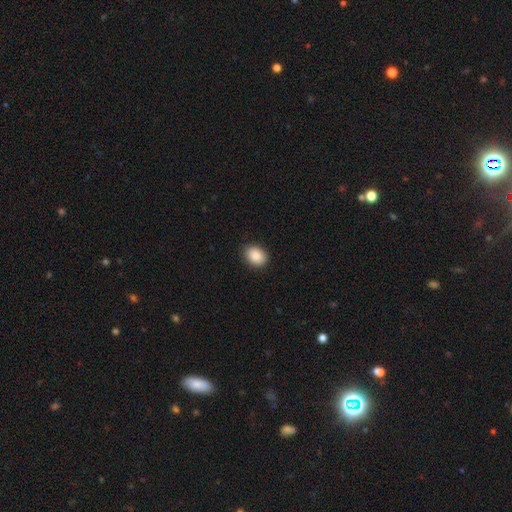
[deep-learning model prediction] The model was most divided on "how rounded": in between: 67%, round: 32%, cigar-shaped: 1%. More confident: smooth or featured — smooth (89%); merging — none (89%).